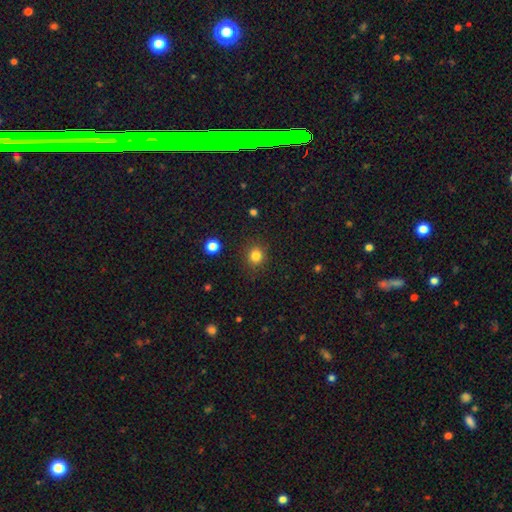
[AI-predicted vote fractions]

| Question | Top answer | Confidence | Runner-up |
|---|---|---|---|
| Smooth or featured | smooth | 83% | star or artifact (13%) |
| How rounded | round | 85% | in between (14%) |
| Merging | none | 89% | minor disturbance (7%) |